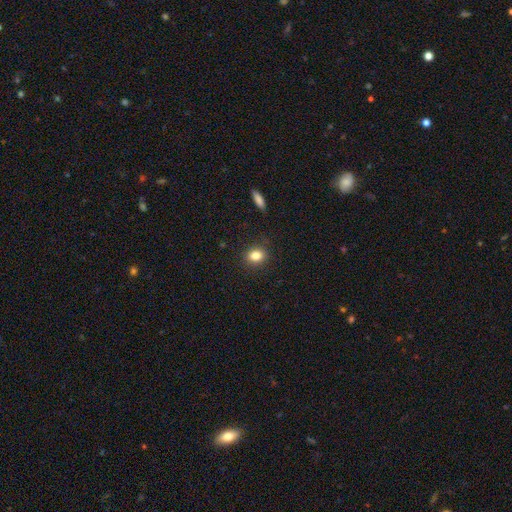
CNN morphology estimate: A smooth galaxy with no disk features (83%) that is in between round and cigar-shaped (58%).

Vote fractions:
- Smooth or featured? smooth: 83% / star or artifact: 10% / featured or disk: 6%
- How rounded? in between: 58% / round: 40% / cigar-shaped: 2%
- Merging? none: 87% / minor disturbance: 9% / major disturbance: 3% / merger: 1%